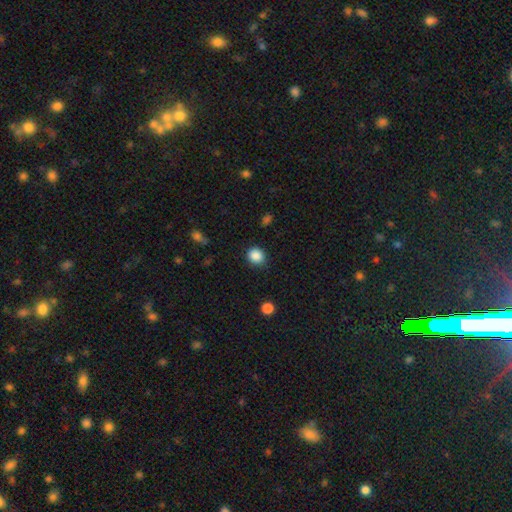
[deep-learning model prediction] This is clearly a smooth galaxy (87%). How rounded: likely round (80%). Merging: clearly none (86%).